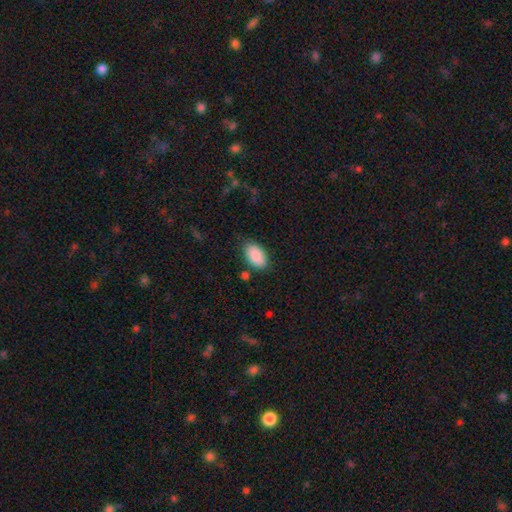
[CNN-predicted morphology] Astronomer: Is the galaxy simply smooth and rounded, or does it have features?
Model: smooth — 90%.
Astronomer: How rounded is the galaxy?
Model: in between — 94%.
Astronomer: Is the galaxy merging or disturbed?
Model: none — 80%.